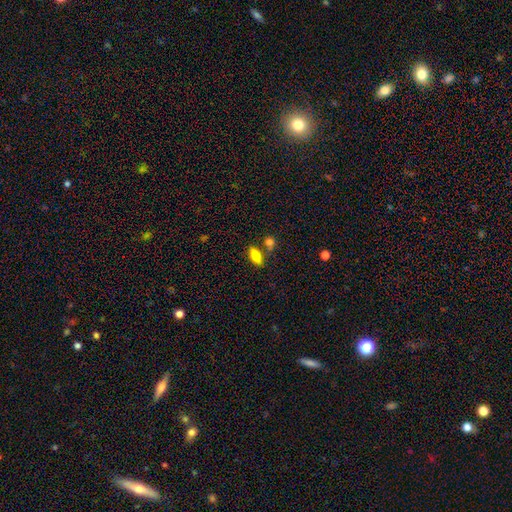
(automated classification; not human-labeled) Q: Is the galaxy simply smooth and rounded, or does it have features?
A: smooth — 76%.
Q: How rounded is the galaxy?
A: in between — 80%.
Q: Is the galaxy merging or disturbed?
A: none — 74%.